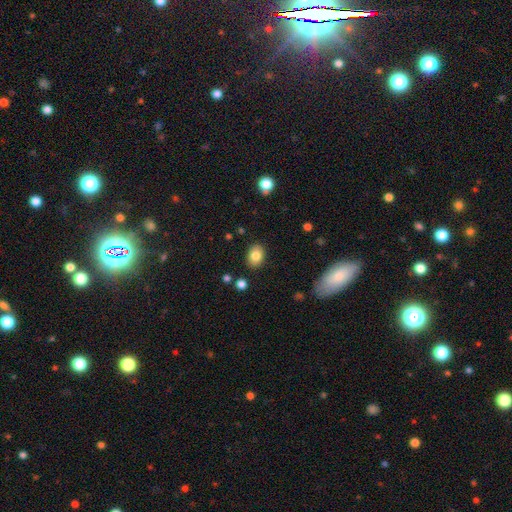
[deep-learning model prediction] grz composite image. It shows a smooth galaxy with no disk features (83%) that is in between round and cigar-shaped (70%). Merging: none (87%).